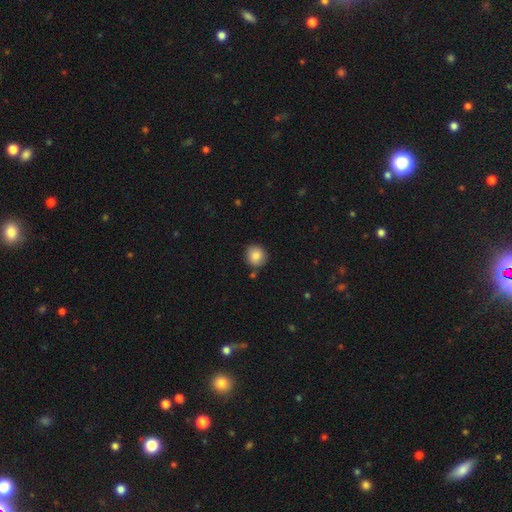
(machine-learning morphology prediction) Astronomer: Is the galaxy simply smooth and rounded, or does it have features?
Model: smooth — 86%.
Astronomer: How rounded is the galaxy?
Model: round — 89%.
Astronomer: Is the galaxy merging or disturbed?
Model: none — 84%.